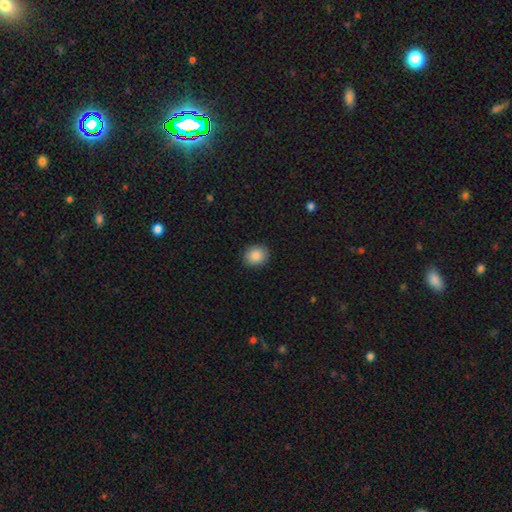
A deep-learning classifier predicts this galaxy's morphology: smooth_or_featured: smooth (p=0.88) [alt: star or artifact p=0.08]
how_rounded: round (p=0.66) [alt: in between p=0.33]
merging: none (p=0.91) [alt: minor disturbance p=0.06]